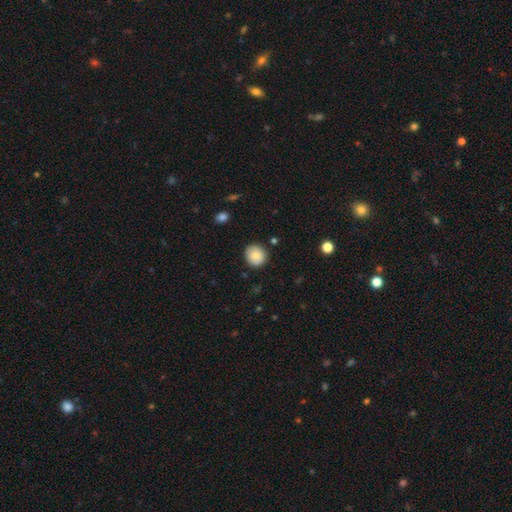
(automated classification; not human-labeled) This is clearly a smooth galaxy (80%). How rounded: clearly round (87%). Merging: clearly none (86%).